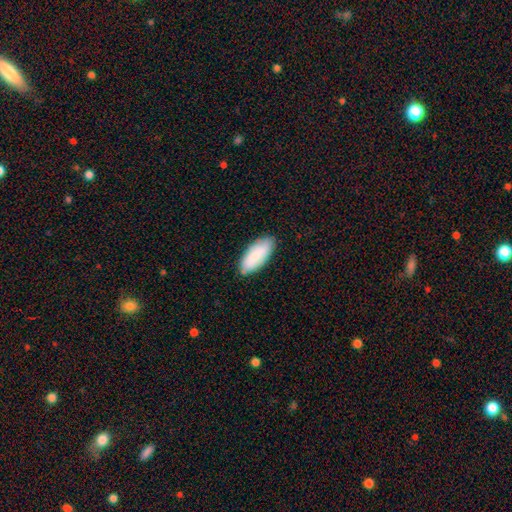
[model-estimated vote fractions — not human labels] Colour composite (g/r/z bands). It shows a smooth galaxy with no disk features (83%) that is in between round and cigar-shaped (86%). Merging: none (80%).